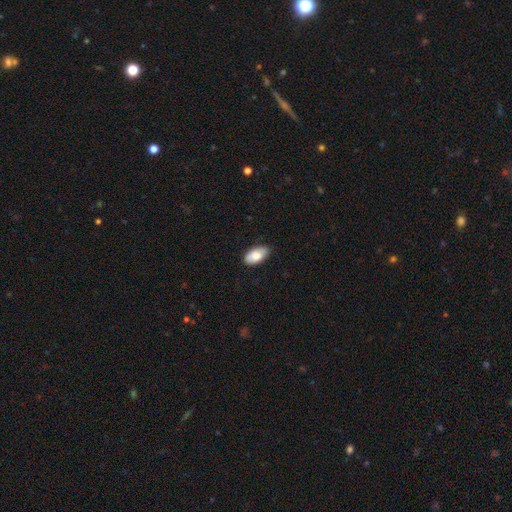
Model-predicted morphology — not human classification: Overall: smooth (82%). How rounded: in between (95%). Merging: none (84%).